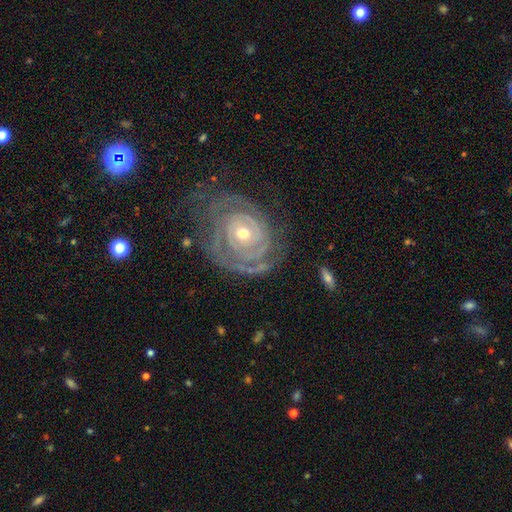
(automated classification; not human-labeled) Smooth or featured: featured or disk — 86% (smooth — 8%)
Edge-on disk: no — 97% (yes — 3%)
Bar: no — 76% (weak — 17%)
Spiral arms: yes — 92% (no — 8%)
Spiral winding: tight — 81% (medium — 15%)
Spiral arm count: can't tell — 31% (2 — 30%)
Bulge size: moderate — 49% (small — 47%)
Merging: none — 60% (minor disturbance — 21%)